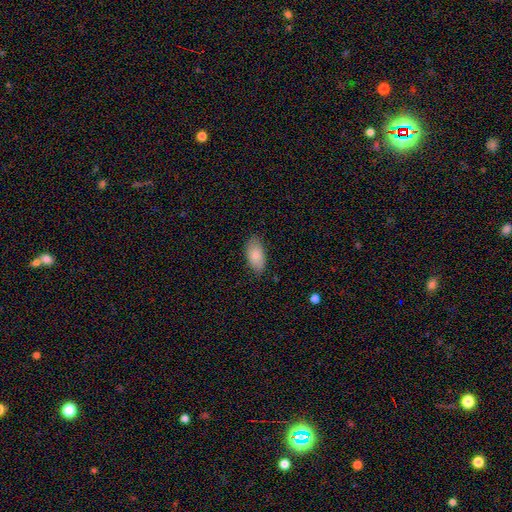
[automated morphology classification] Overall: smooth (81%). How rounded: in between (93%). Merging: none (79%).